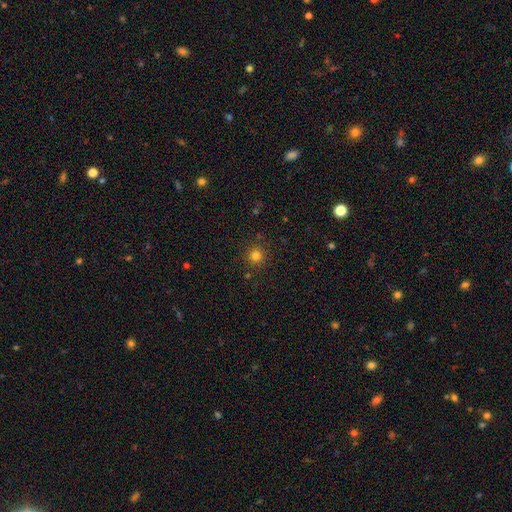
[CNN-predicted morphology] This appears to be a smooth galaxy with no disk features (80%) that is round (95%). Merging: none (89%).